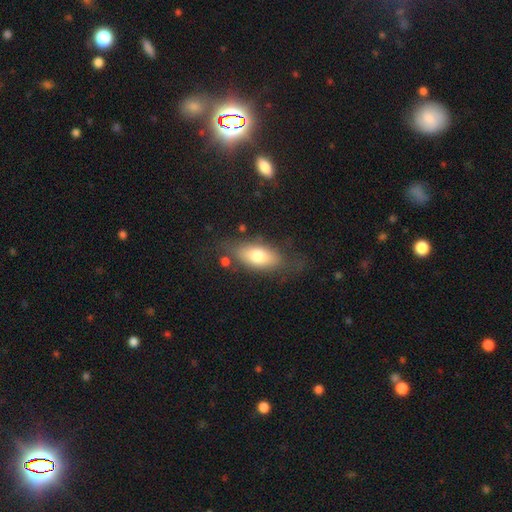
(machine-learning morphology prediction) This is likely a smooth galaxy (66%). How rounded: clearly in between (81%). Merging: likely none (70%).